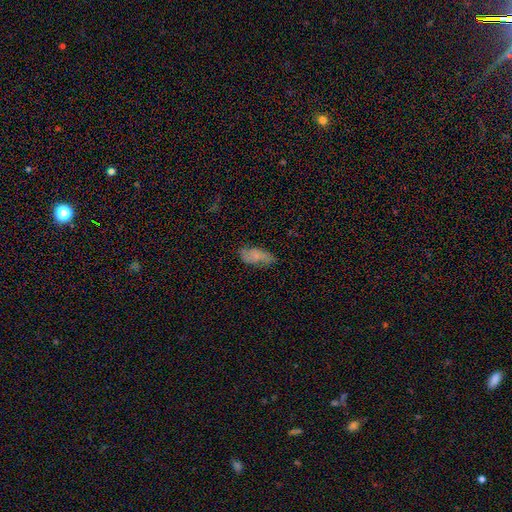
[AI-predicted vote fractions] smooth 58%, featured or disk 33%, star or artifact 8%. Down the decision tree: how rounded — in between (88%); merging — none (64%).